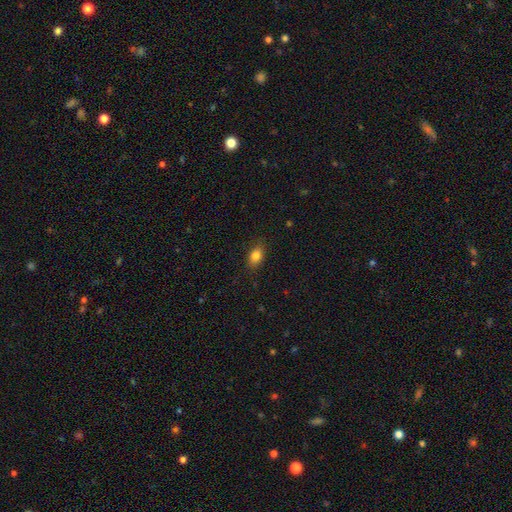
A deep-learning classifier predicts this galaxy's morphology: A smooth galaxy with no disk features (83%) that is in between round and cigar-shaped (81%). Merging: none (85%).